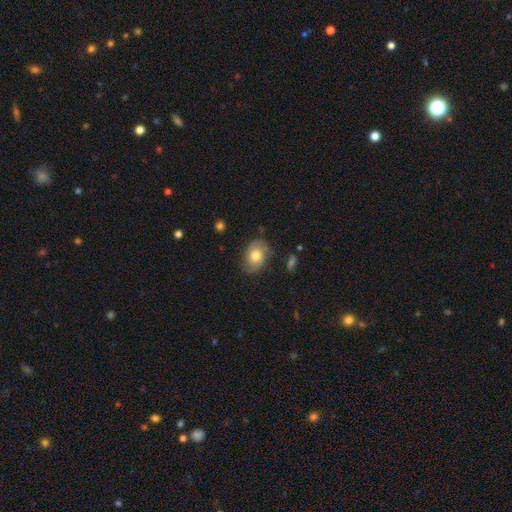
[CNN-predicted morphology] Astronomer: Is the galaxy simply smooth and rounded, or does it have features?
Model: featured or disk — 47% (runner-up: smooth, 45%).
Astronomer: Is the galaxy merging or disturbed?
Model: none — 73%.